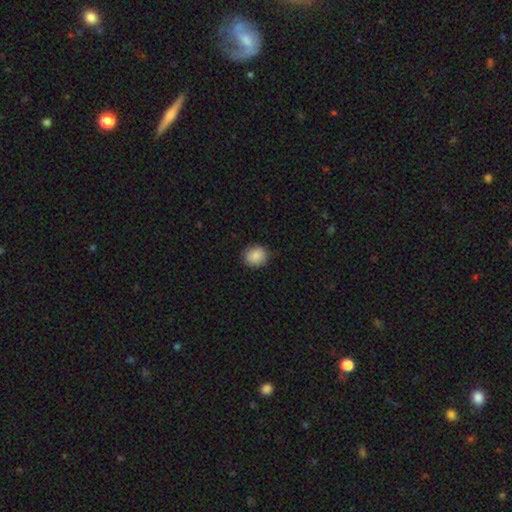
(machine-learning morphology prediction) This is clearly a smooth galaxy (88%). How rounded: likely round (71%). Merging: clearly none (87%).